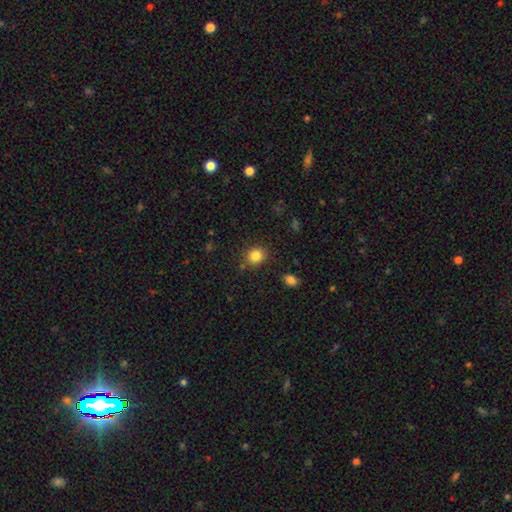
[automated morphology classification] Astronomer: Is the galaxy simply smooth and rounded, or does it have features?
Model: smooth — 84%.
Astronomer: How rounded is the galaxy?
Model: round — 77%.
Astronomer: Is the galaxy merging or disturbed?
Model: none — 85%.